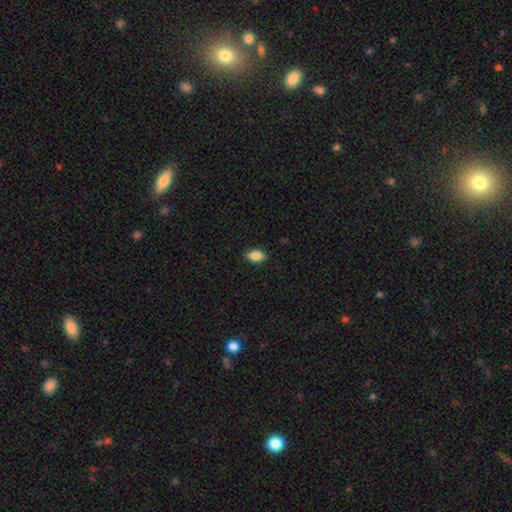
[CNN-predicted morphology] This appears to be a smooth galaxy with no disk features (88%) that is in between round and cigar-shaped (91%). Merging: none (88%).